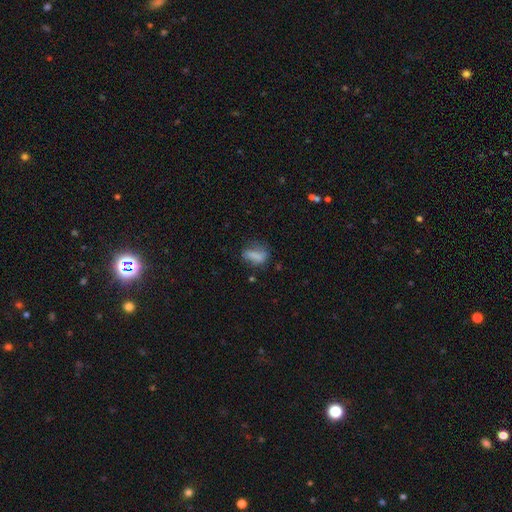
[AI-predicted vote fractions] The model was most divided on "merging": none: 49%, minor disturbance: 28%, major disturbance: 19%, merger: 4%. More confident: smooth or featured — smooth (73%); how rounded — in between (65%).